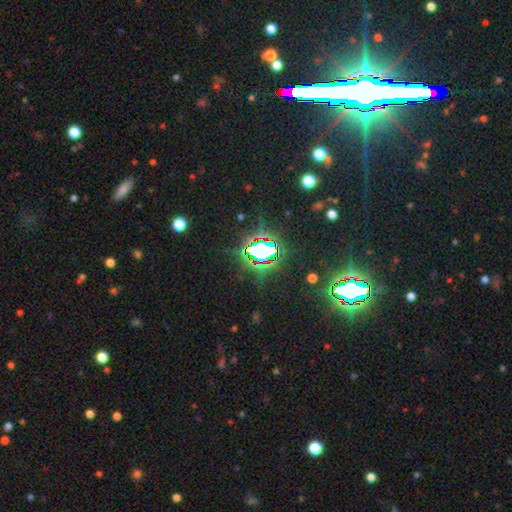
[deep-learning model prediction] A star or artifact, not a galaxy (78%).